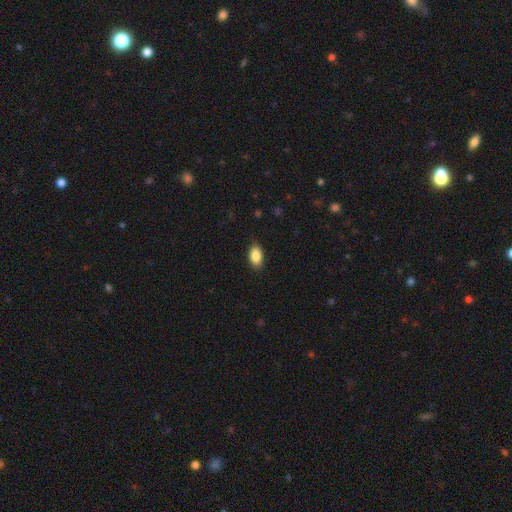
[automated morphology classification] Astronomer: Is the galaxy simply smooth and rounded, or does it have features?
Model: smooth — 88%.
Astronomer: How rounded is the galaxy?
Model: in between — 90%.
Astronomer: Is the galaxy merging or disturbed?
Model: none — 84%.